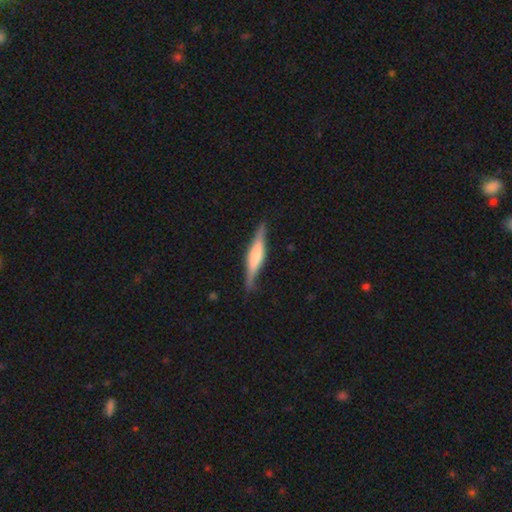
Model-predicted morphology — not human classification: This appears to be a featured or disk galaxy (62%) viewed edge-on (96%) with a boxy central bulge (46%). Merging: none (83%).